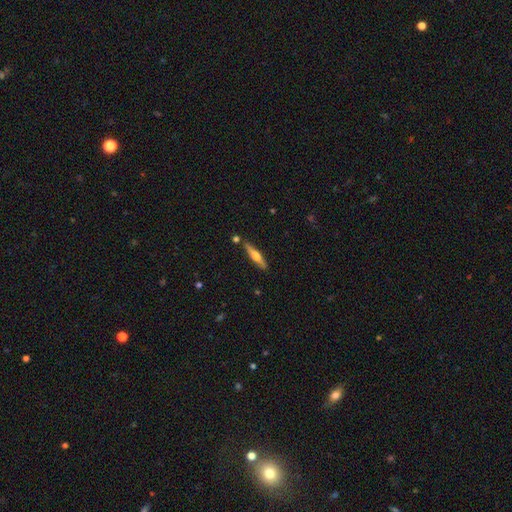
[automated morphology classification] This appears to be a featured or disk galaxy (61%) viewed edge-on (96%) with a rounded central bulge (92%). Merging: none (85%).